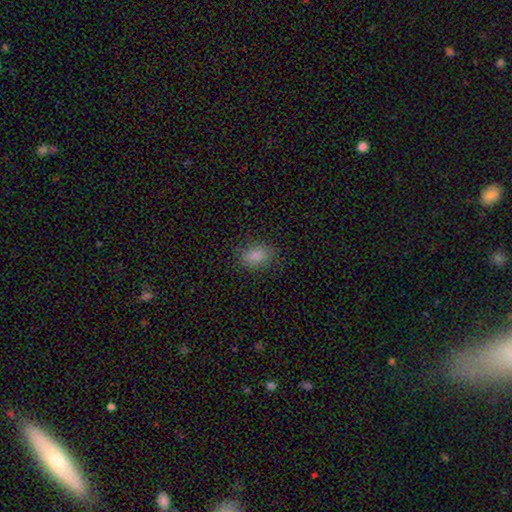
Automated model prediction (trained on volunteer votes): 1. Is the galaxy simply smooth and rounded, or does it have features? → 85% smooth, 10% star or artifact, 5% featured or disk.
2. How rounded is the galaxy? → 82% in between, 17% round, 2% cigar-shaped.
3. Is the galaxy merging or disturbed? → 79% none, 15% minor disturbance, 5% major disturbance, 1% merger.